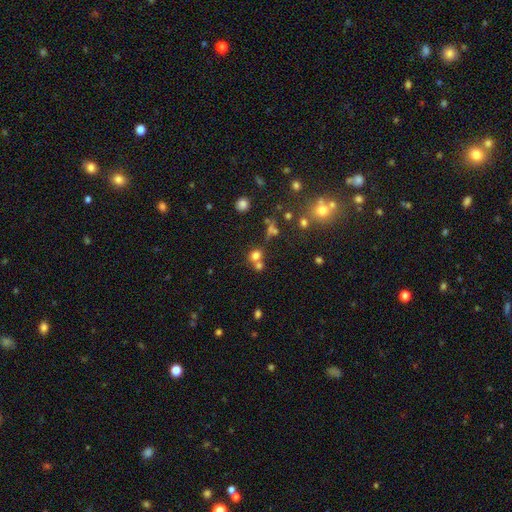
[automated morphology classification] The model was most divided on "merging": none: 48%, merger: 39%, minor disturbance: 8%, major disturbance: 5%. More confident: how rounded — round (80%); smooth or featured — smooth (69%).